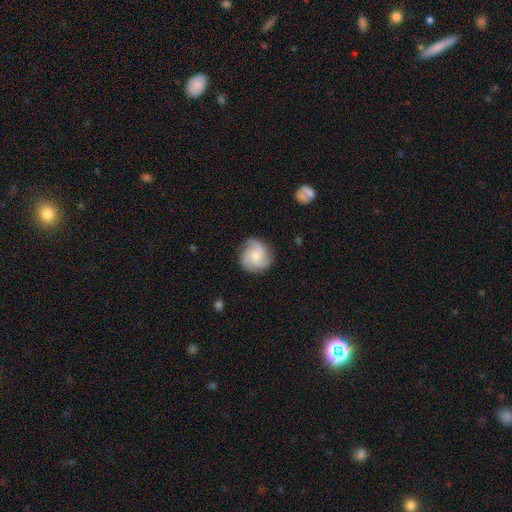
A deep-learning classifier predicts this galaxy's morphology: smooth_or_featured: featured or disk (p=0.57) [alt: smooth p=0.36]
disk_edge_on: no (p=0.98) [alt: yes p=0.02]
bar: no (p=0.73) [alt: weak p=0.24]
has_spiral_arms: yes (p=0.94) [alt: no p=0.06]
spiral_winding: medium (p=0.48) [alt: tight p=0.33]
spiral_arm_count: 3 (p=0.61) [alt: 4 p=0.16]
bulge_size: small (p=0.41) [alt: moderate p=0.40]
merging: none (p=0.79) [alt: minor disturbance p=0.15]